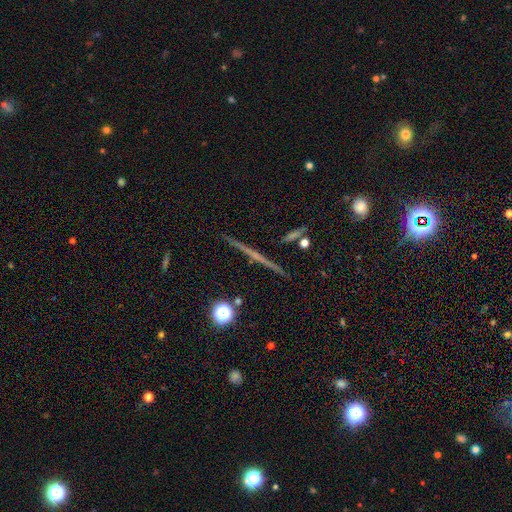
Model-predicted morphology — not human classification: A featured or disk galaxy (69%) viewed edge-on (98%) with no central bulge (69%). Merging: none (92%).